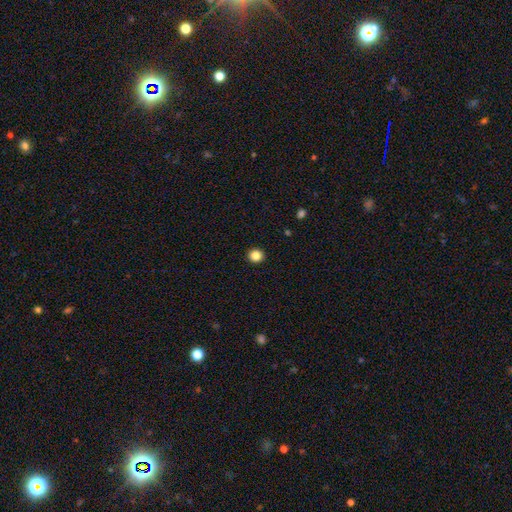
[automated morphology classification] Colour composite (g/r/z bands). It shows a smooth galaxy with no disk features (85%) that is round (89%). Merging: none (93%).